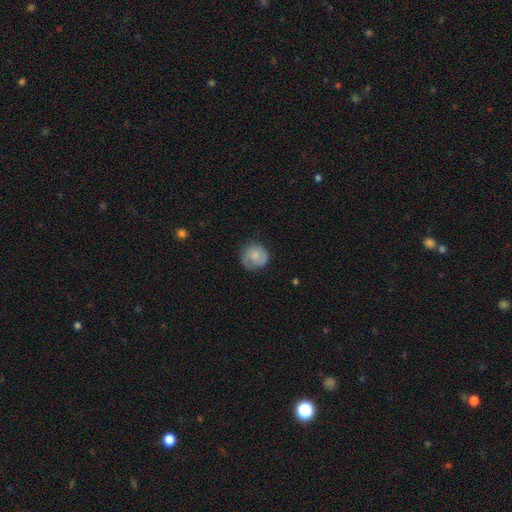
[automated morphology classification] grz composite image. It shows a smooth galaxy with no disk features (69%) that is round (90%). Merging: none (72%).